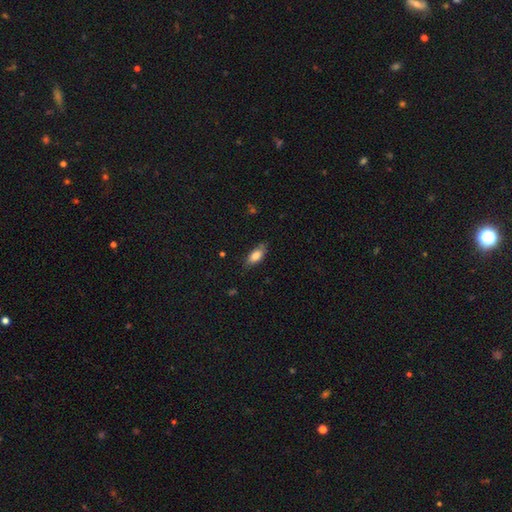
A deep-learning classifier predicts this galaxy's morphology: Smooth or featured: smooth — 81% (featured or disk — 12%)
How rounded: in between — 83% (cigar-shaped — 14%)
Merging: none — 75% (minor disturbance — 20%)